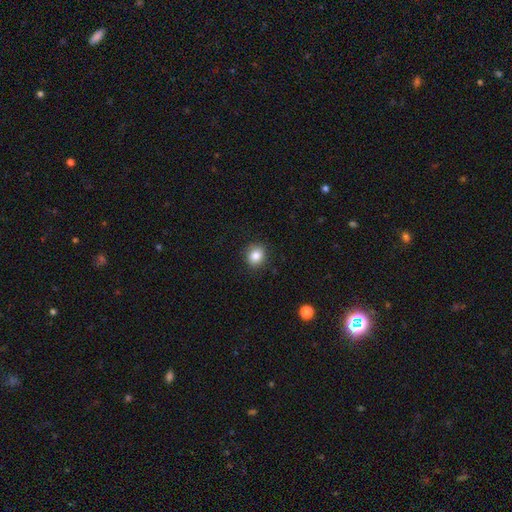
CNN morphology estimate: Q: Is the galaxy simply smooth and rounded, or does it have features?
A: smooth — 85%.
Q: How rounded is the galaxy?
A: round — 69%.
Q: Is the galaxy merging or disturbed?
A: none — 87%.